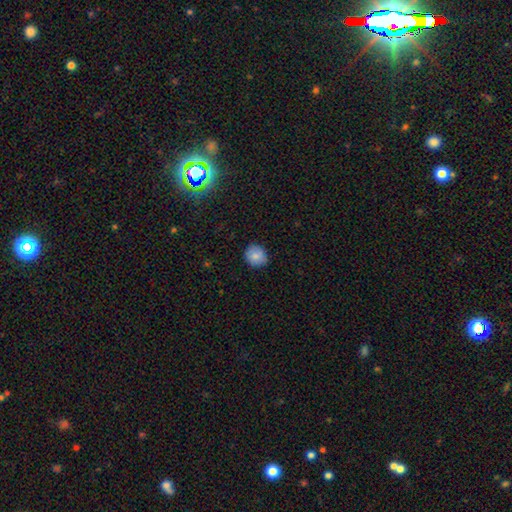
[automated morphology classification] smooth-or-featured: smooth: 83% | featured or disk: 9% | star or artifact: 8%
  how-rounded: round: 81% | in between: 18% | cigar-shaped: 1%
  merging: none: 85% | minor disturbance: 12% | major disturbance: 2% | merger: 1%